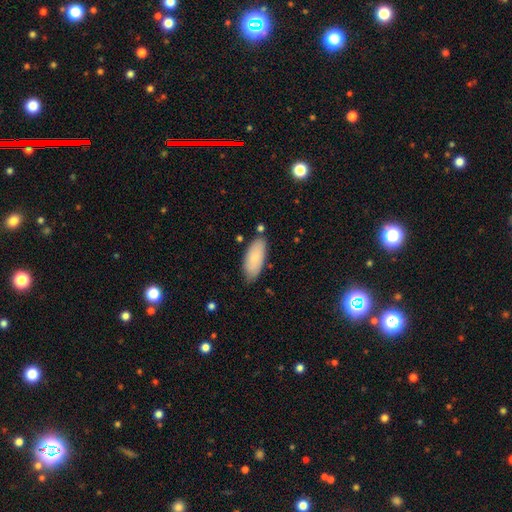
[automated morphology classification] Q: Smooth or featured?
A: smooth (79%); runner-up: featured or disk (15%)
Q: How rounded?
A: in between (88%); runner-up: cigar-shaped (11%)
Q: Merging?
A: none (77%); runner-up: minor disturbance (17%)